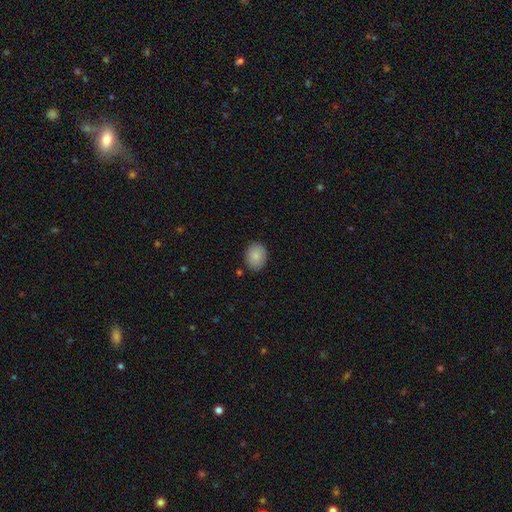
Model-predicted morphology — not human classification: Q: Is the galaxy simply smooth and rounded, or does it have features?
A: smooth — 86%.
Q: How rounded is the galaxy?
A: in between — 50%.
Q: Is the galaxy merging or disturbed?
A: none — 86%.